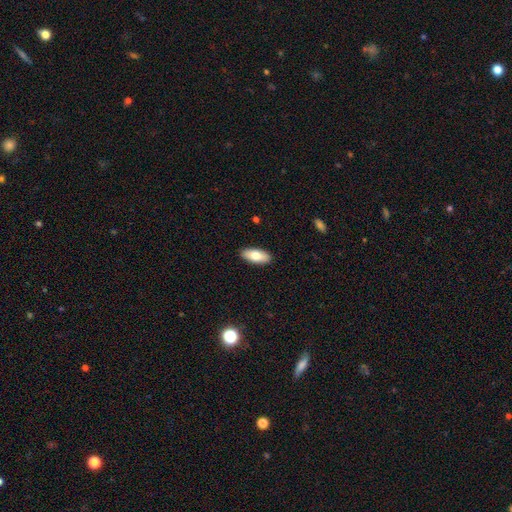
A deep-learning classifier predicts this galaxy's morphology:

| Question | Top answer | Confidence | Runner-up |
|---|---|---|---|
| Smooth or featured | smooth | 77% | featured or disk (17%) |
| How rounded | in between | 86% | cigar-shaped (12%) |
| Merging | none | 90% | minor disturbance (7%) |